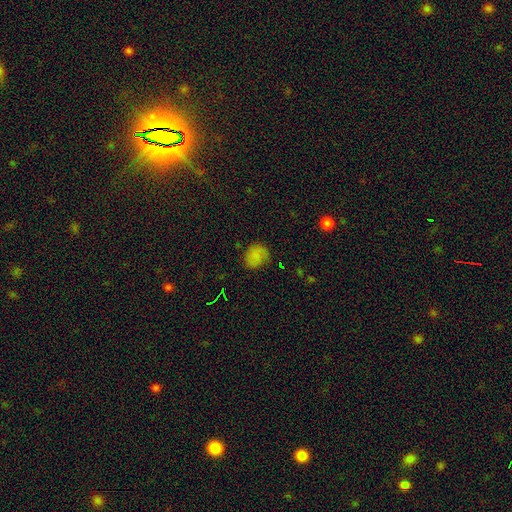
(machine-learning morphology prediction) Q: Smooth or featured?
A: smooth (71%); runner-up: star or artifact (19%)
Q: How rounded?
A: round (61%); runner-up: in between (38%)
Q: Merging?
A: none (69%); runner-up: minor disturbance (23%)